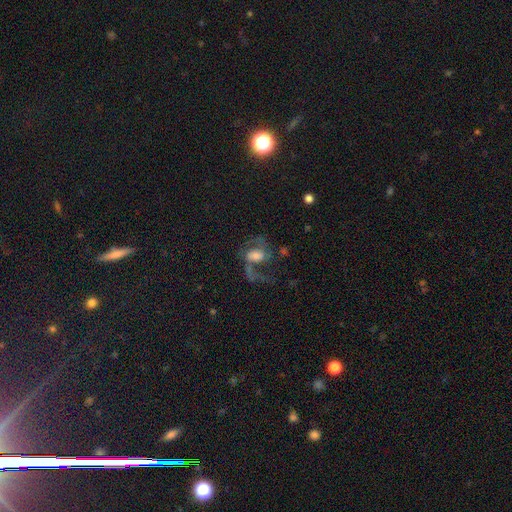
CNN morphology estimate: Smooth or featured? featured or disk (77%)
Edge-on disk? no (97%)
Bar? no (42%, tied with weak)
Spiral arms? yes (91%)
Spiral winding? loose (50%)
Spiral arm count? 2 (84%)
Bulge size? moderate (42%)
Merging? none (47%)